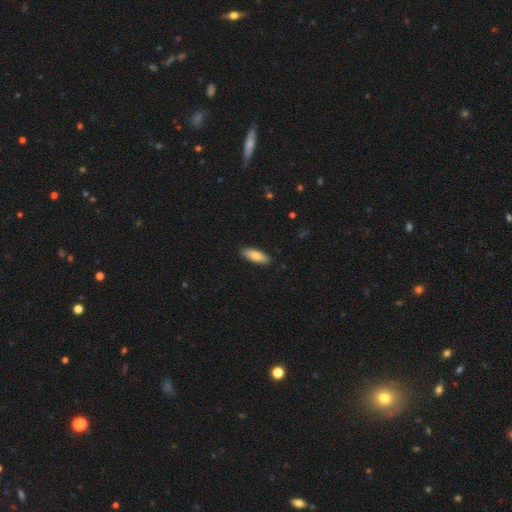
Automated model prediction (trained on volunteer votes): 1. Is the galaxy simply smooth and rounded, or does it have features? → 81% smooth, 13% featured or disk, 6% star or artifact.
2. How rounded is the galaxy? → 63% in between, 35% cigar-shaped, 2% round.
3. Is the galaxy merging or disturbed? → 89% none, 9% minor disturbance, 2% major disturbance, 1% merger.